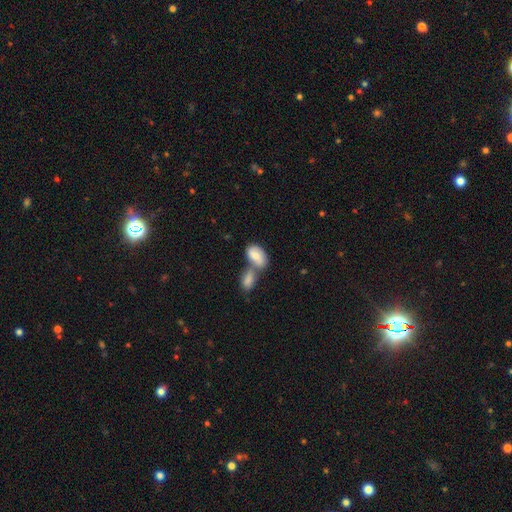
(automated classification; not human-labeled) Smooth or featured? smooth (76%)
How rounded? in between (92%)
Merging? merger (64%)